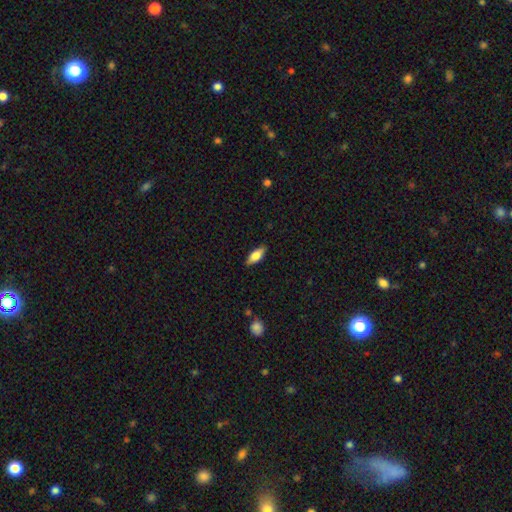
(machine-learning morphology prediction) Smooth or featured? Predicted: smooth (p=0.69). How rounded? Predicted: in between (p=0.74). Merging? Predicted: none (p=0.86).